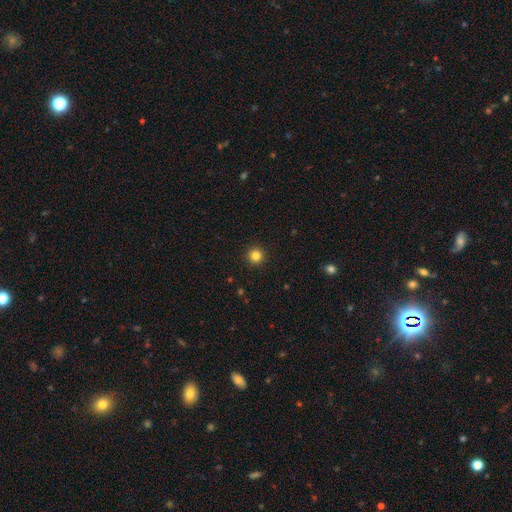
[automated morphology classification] Smooth or featured?
  - smooth: 83% *
  - star or artifact: 13%
  - featured or disk: 5%
How rounded?
  - round: 96% *
  - in between: 3%
  - cigar-shaped: 1%
Merging?
  - none: 93% *
  - minor disturbance: 4%
  - major disturbance: 2%
  - merger: 1%